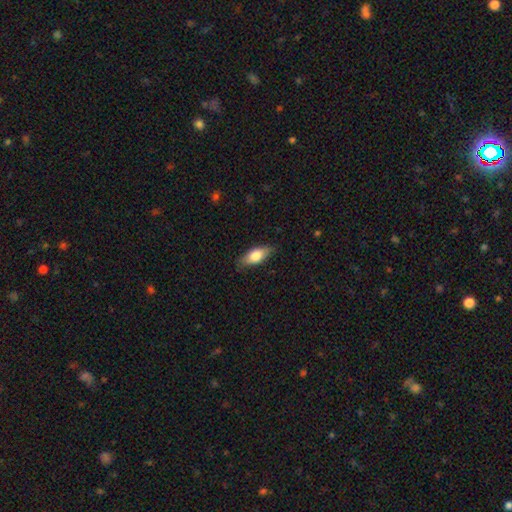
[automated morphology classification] Smooth or featured?
  - smooth: 72% *
  - featured or disk: 21%
  - star or artifact: 6%
How rounded?
  - in between: 80% *
  - cigar-shaped: 17%
  - round: 3%
Merging?
  - none: 81% *
  - minor disturbance: 15%
  - major disturbance: 3%
  - merger: 1%